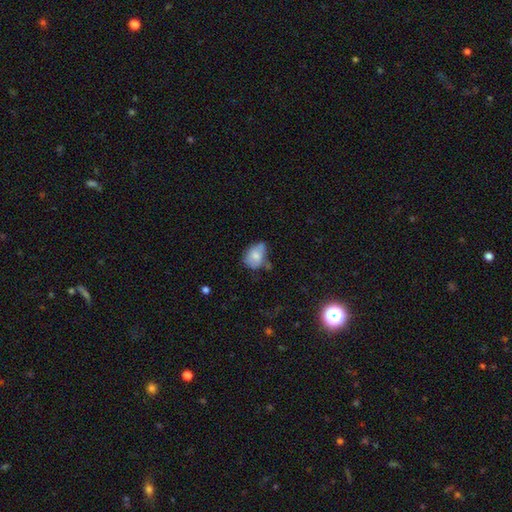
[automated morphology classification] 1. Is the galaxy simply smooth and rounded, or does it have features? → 73% smooth, 18% featured or disk, 8% star or artifact.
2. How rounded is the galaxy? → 74% in between, 25% round, 1% cigar-shaped.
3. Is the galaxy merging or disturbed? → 39% minor disturbance (tied), 39% none (tied), 13% major disturbance, 9% merger.